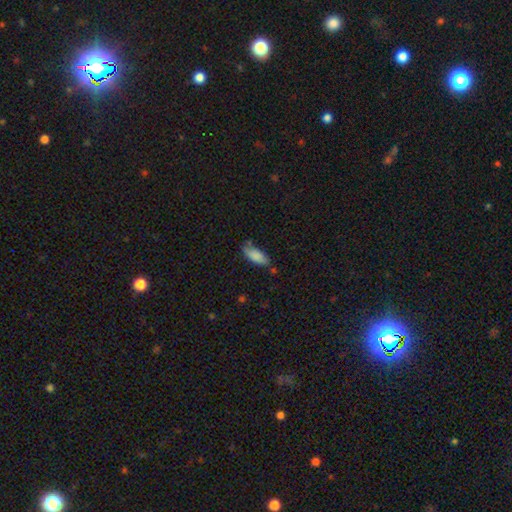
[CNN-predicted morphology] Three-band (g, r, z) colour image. It shows a smooth galaxy with no disk features (84%) that is in between round and cigar-shaped (78%). Merging: none (62%).